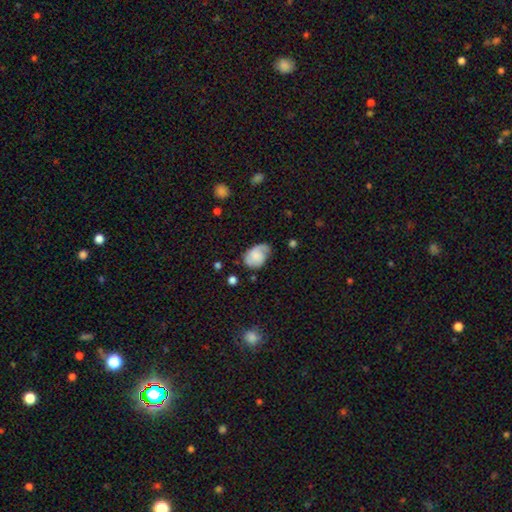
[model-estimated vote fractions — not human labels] The model was most divided on "smooth or featured": smooth: 51%, featured or disk: 41%, star or artifact: 8%. Remaining: how rounded — in between (73%); merging — none (48%).